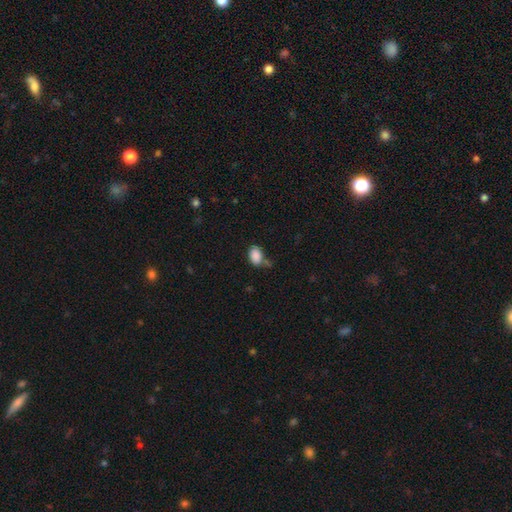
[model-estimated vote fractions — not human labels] Overall: smooth (88%). How rounded: in between (82%). Merging: none (65%).